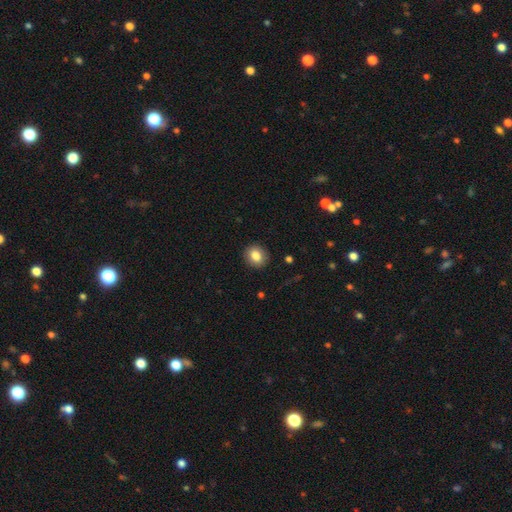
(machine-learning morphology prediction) type=smooth (84%); roundness=round (73%); merging=none (91%).